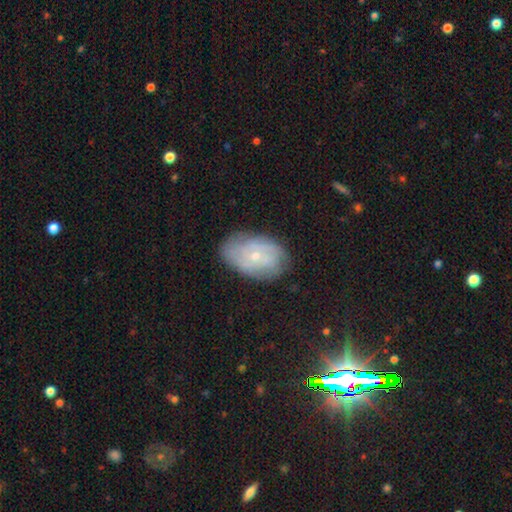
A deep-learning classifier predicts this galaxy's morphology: smooth-or-featured: featured or disk: 56% | smooth: 35% | star or artifact: 9%
  disk-edge-on: no: 94% | yes: 6%
    bar: no: 79% | weak: 17% | strong: 3%
    has-spiral-arms: yes: 70% | no: 30%
    bulge-size: small: 73% | moderate: 24% | none: 1% | large: 1% | dominant: 1%
  merging: none: 75% | minor disturbance: 19% | major disturbance: 5% | merger: 1%